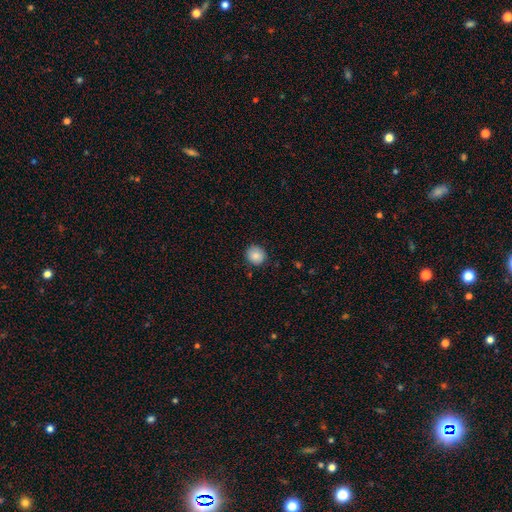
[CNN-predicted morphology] A smooth galaxy with no disk features (85%) that is round (88%).

Vote fractions:
- Smooth or featured? smooth: 85% / star or artifact: 9% / featured or disk: 6%
- How rounded? round: 88% / in between: 12% / cigar-shaped: 1%
- Merging? none: 86% / minor disturbance: 11% / major disturbance: 2% / merger: 1%